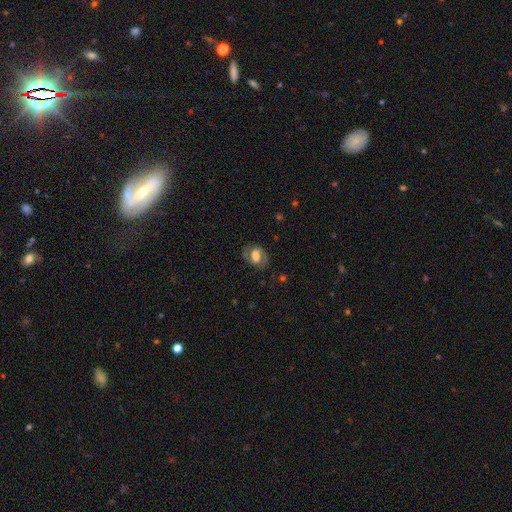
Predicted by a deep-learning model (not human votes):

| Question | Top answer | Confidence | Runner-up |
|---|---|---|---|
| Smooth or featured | featured or disk | 57% | smooth (35%) |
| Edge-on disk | no | 96% | yes (4%) |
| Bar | weak | 42% | no (35%) |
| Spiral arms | yes | 75% | no (25%) |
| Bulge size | large | 45% | moderate (34%) |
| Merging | none | 73% | minor disturbance (17%) |